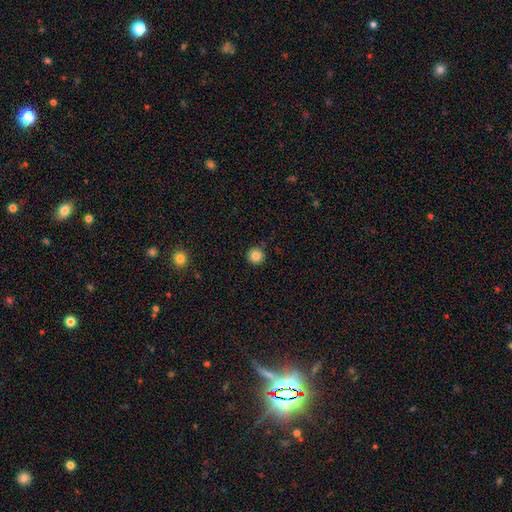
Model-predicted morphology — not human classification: This is clearly a smooth galaxy (84%). How rounded: clearly round (96%). Merging: clearly none (90%).